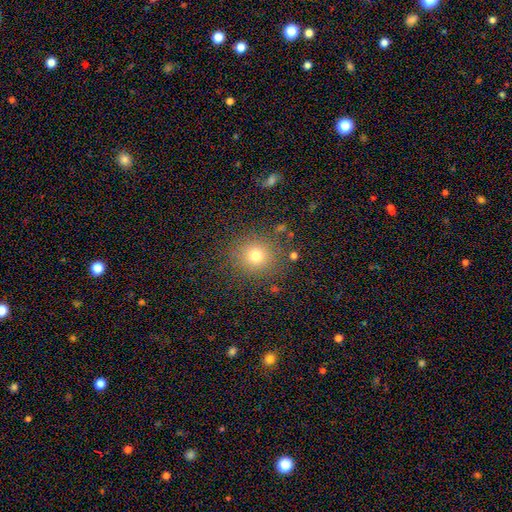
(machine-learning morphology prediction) Smooth or featured? Predicted: smooth (p=0.75). How rounded? Predicted: round (p=0.86). Merging? Predicted: none (p=0.85).